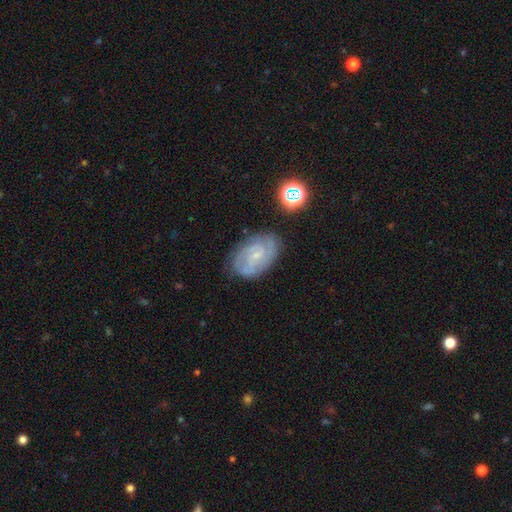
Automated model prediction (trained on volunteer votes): Smooth or featured: featured or disk — 79% (smooth — 13%)
Edge-on disk: no — 97% (yes — 3%)
Bar: no — 52% (weak — 40%)
Spiral arms: yes — 95% (no — 5%)
Spiral winding: tight — 57% (medium — 35%)
Spiral arm count: 2 — 35% (can't tell — 27%)
Bulge size: small — 77% (moderate — 15%)
Merging: none — 74% (minor disturbance — 18%)